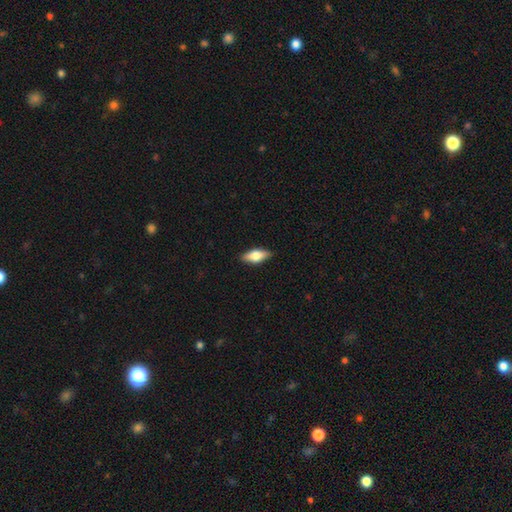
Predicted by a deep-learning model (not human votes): A smooth galaxy with no disk features (70%) that is in between round and cigar-shaped (81%). Merging: none (87%).